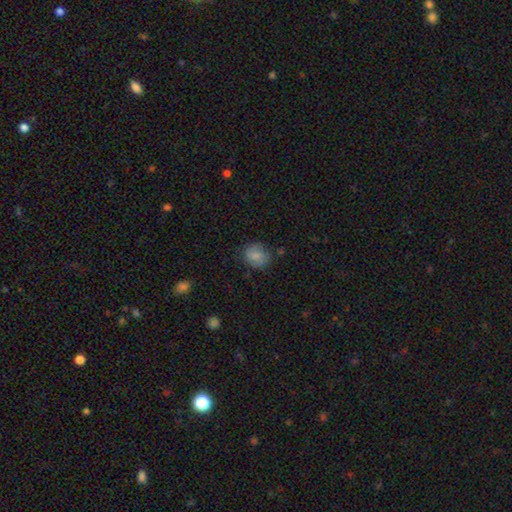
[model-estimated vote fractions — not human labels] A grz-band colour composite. It shows a smooth galaxy with no disk features (80%) that is round (67%). Merging: none (74%).